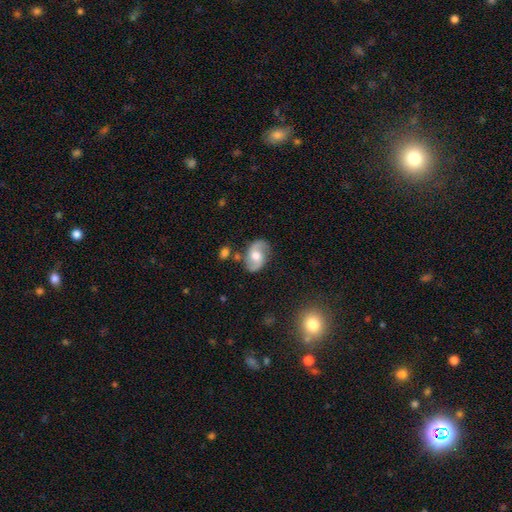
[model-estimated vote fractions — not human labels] featured or disk 76%, smooth 18%, star or artifact 6%. Down the decision tree: edge-on disk — no (97%); bar — no (58%); spiral arms — yes (92%); spiral arm count — 2 (91%); spiral winding — medium (44%); bulge size — moderate (74%); merging — none (76%).